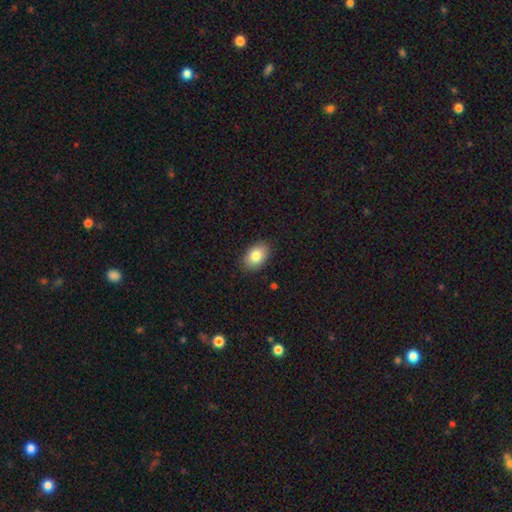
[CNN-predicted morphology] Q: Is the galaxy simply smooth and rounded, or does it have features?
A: smooth — 83%.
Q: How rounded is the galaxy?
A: in between — 85%.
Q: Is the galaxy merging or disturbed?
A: none — 88%.